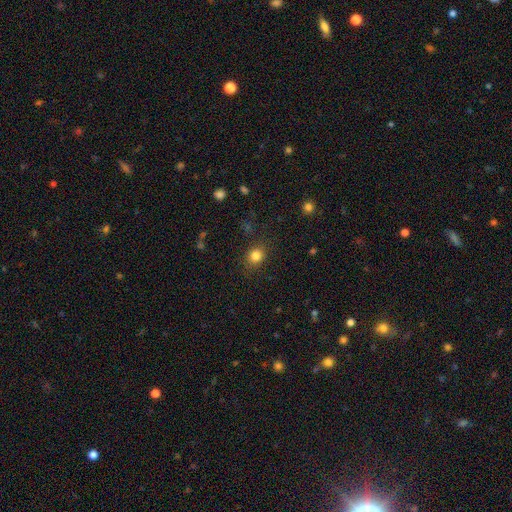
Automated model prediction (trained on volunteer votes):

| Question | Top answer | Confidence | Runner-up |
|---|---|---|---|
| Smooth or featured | smooth | 83% | star or artifact (12%) |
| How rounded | round | 69% | in between (30%) |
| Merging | none | 85% | minor disturbance (10%) |